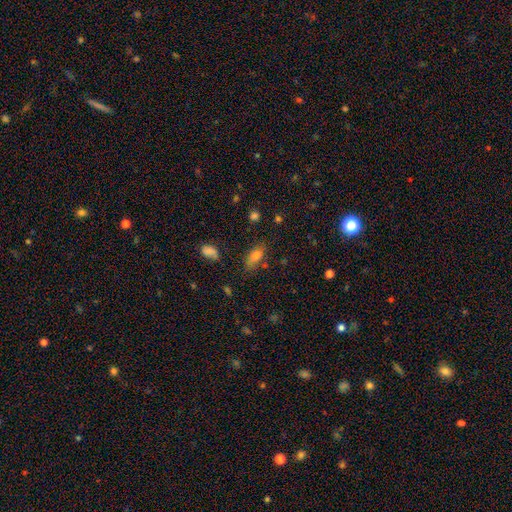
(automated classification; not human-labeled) A smooth galaxy with no disk features (76%) that is in between round and cigar-shaped (83%). Merging: none (69%).